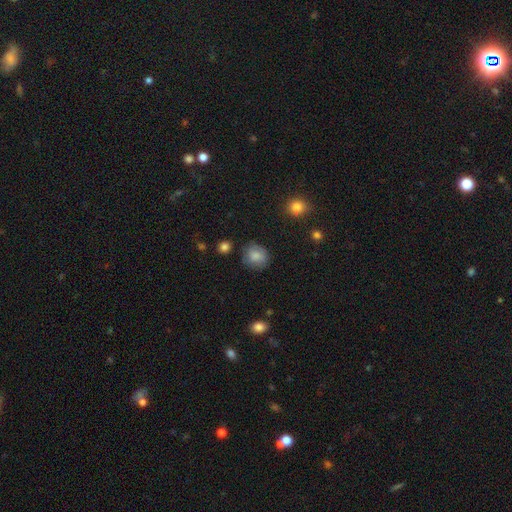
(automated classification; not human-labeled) smooth-or-featured: smooth: 81% | featured or disk: 10% | star or artifact: 9%
  how-rounded: round: 77% | in between: 22% | cigar-shaped: 1%
  merging: none: 75% | minor disturbance: 17% | major disturbance: 5% | merger: 2%